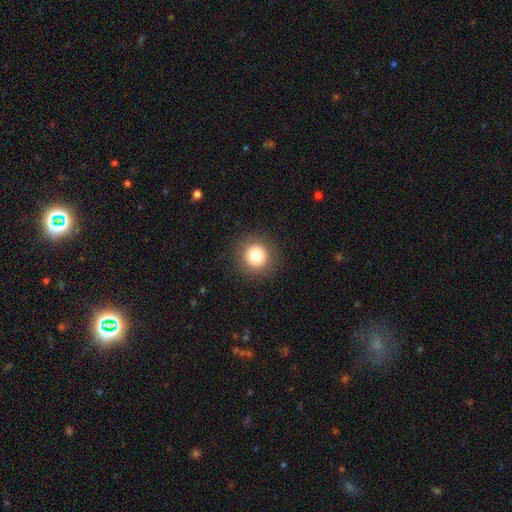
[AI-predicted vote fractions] Smooth or featured? smooth (80%)
How rounded? round (94%)
Merging? none (91%)